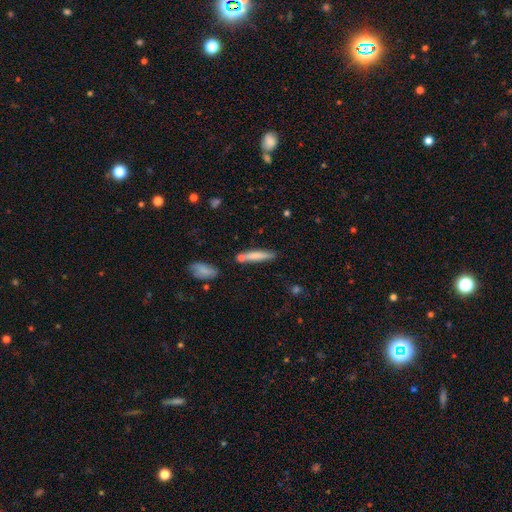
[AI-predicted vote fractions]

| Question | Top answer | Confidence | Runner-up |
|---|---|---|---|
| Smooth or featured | smooth | 73% | featured or disk (20%) |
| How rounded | cigar-shaped | 88% | in between (10%) |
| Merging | none | 71% | minor disturbance (14%) |